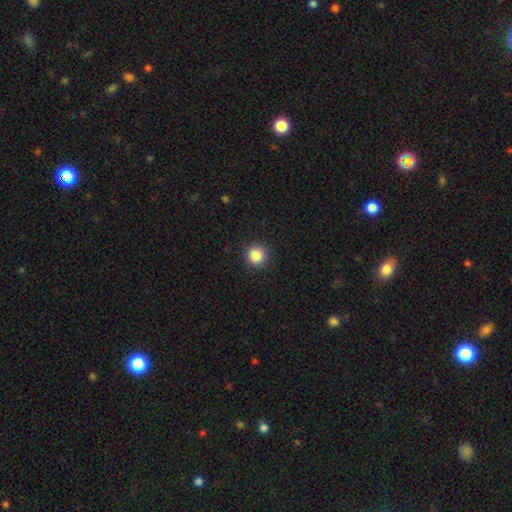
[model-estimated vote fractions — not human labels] Morphology: type=smooth (85%); roundness=round (95%); merging=none (92%).